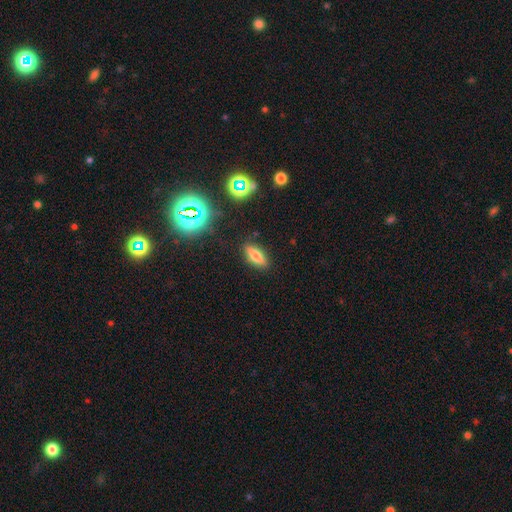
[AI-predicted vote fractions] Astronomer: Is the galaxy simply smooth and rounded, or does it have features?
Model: smooth — 66%.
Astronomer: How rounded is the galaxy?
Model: in between — 65%.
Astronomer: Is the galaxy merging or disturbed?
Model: none — 86%.